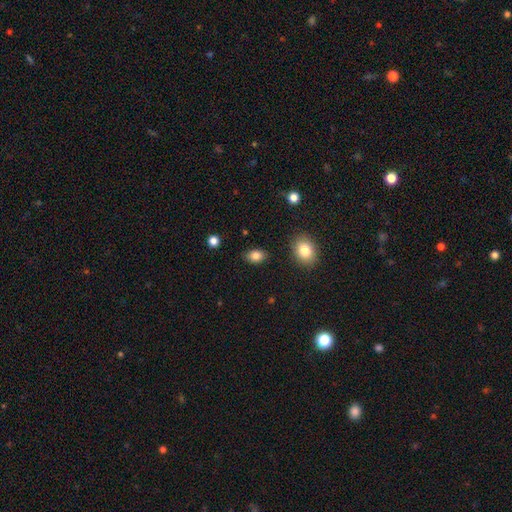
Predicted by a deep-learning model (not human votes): Smooth or featured: smooth — 84% (star or artifact — 9%)
How rounded: in between — 84% (round — 14%)
Merging: none — 86% (minor disturbance — 9%)